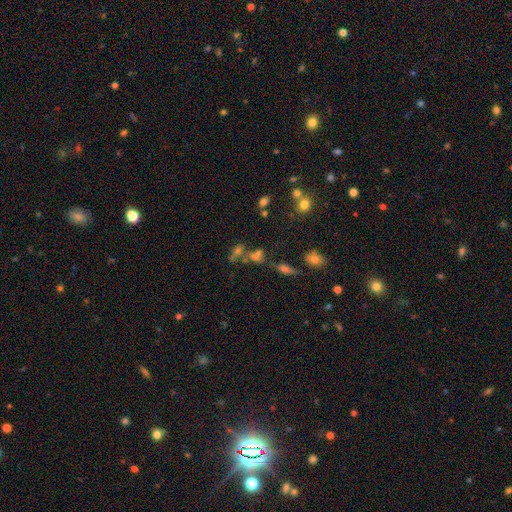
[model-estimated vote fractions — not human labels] This appears to be a star or artifact, not a galaxy (41%).